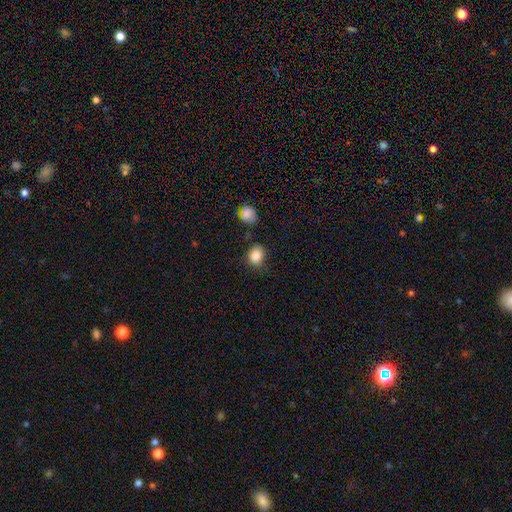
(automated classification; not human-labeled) Overall: smooth (86%). How rounded: round (60%; in between 39%). Merging: none (73%).